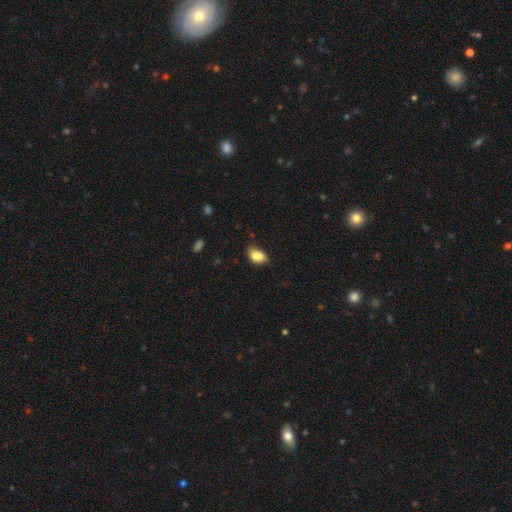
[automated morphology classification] A smooth galaxy with no disk features (77%) that is in between round and cigar-shaped (86%). Merging: none (45%).